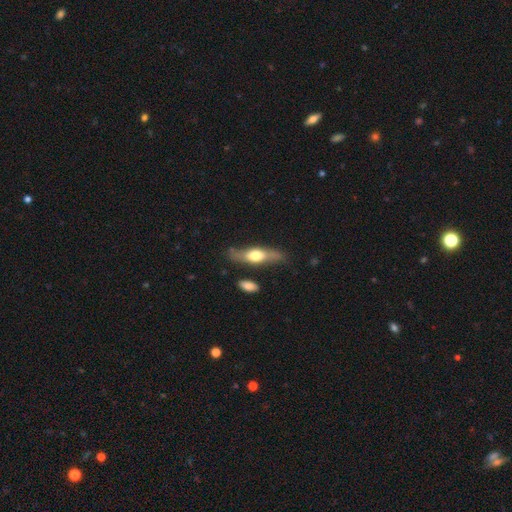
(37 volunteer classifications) Q: Smooth or featured?
A: featured or disk (57%); runner-up: smooth (41%)
Q: Edge-on disk?
A: yes (67%); runner-up: no (33%)
Q: Edge-on bulge?
A: rounded (93%); runner-up: none (7%)
Q: Merging?
A: none (58%); runner-up: minor disturbance (33%)